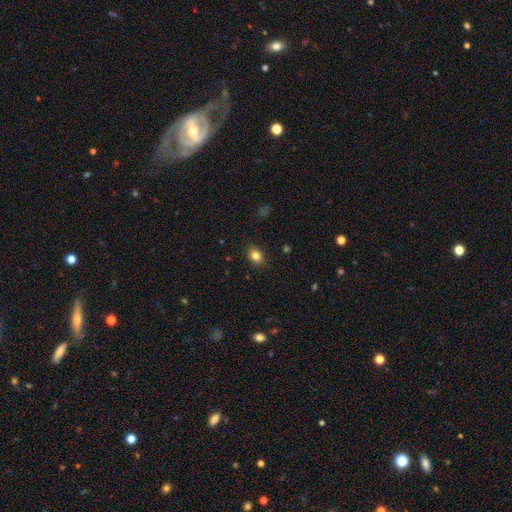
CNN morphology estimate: Smooth or featured?
  - smooth: 82% *
  - star or artifact: 11%
  - featured or disk: 6%
How rounded?
  - in between: 53% *
  - round: 46%
  - cigar-shaped: 1%
Merging?
  - none: 88% *
  - minor disturbance: 9%
  - major disturbance: 2%
  - merger: 1%